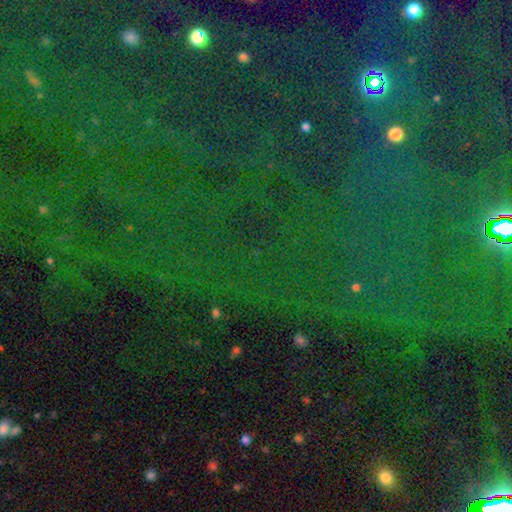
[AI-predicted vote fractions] smooth-or-featured: star or artifact: 82% | smooth: 10% | featured or disk: 8%